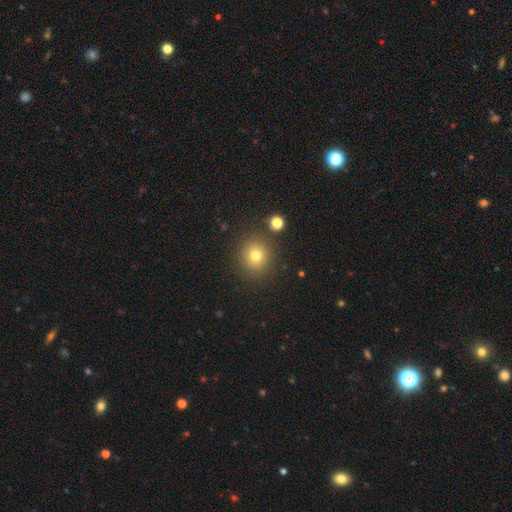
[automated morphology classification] Smooth or featured? Predicted: smooth (p=0.75). How rounded? Predicted: round (p=0.89). Merging? Predicted: none (p=0.87).